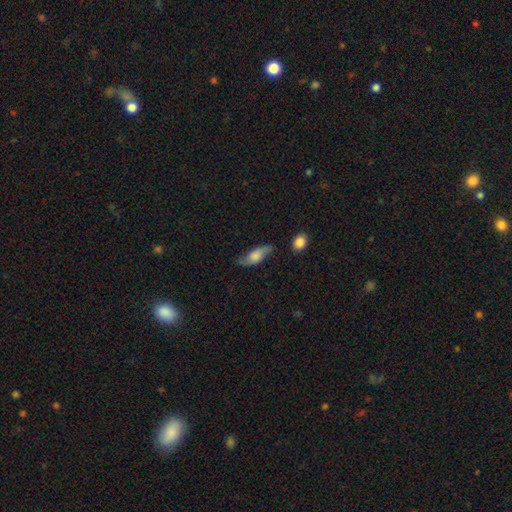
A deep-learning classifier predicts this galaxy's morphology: Smooth or featured? Predicted: smooth (p=0.54). How rounded? Predicted: in between (p=0.67). Merging? Predicted: none (p=0.64).